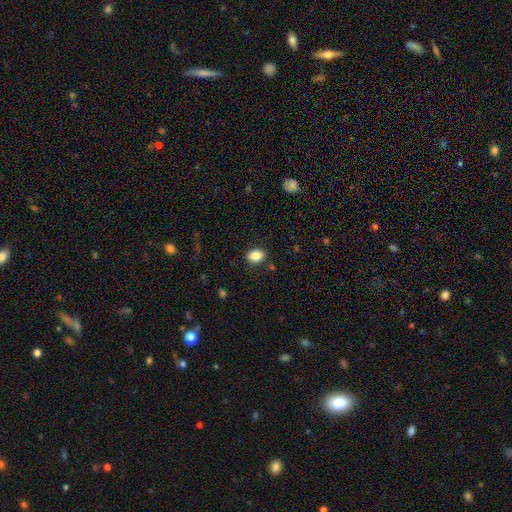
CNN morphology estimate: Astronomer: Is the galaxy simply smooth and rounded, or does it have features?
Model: smooth — 86%.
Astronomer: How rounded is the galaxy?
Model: in between — 75%.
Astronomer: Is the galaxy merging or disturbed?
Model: none — 86%.